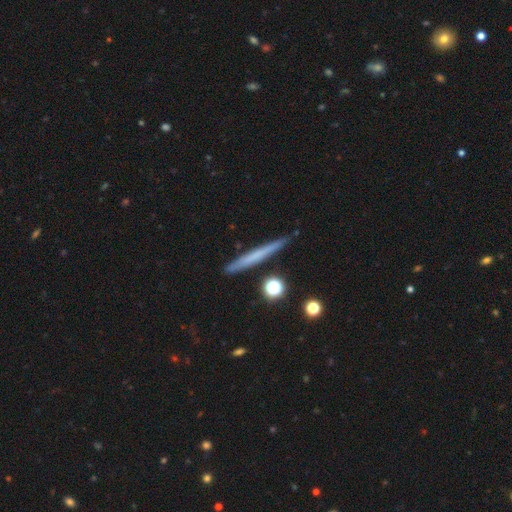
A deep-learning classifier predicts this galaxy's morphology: Q: Smooth or featured?
A: smooth (52%); runner-up: featured or disk (40%)
Q: How rounded?
A: cigar-shaped (95%); runner-up: in between (2%)
Q: Merging?
A: none (86%); runner-up: minor disturbance (10%)